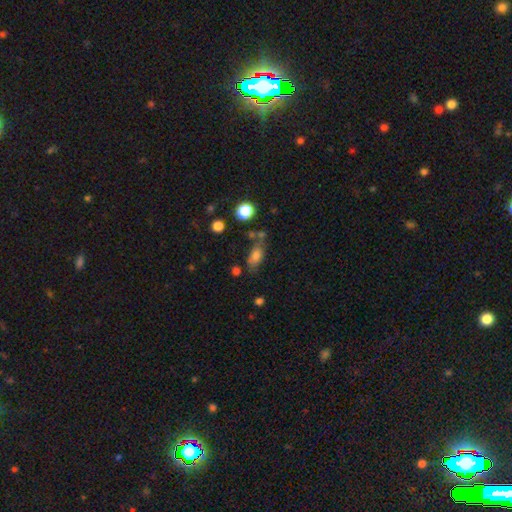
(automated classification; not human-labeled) The model was most divided on "merging": none: 57%, minor disturbance: 21%, merger: 14%, major disturbance: 9%. More confident: how rounded — in between (82%); smooth or featured — smooth (76%).